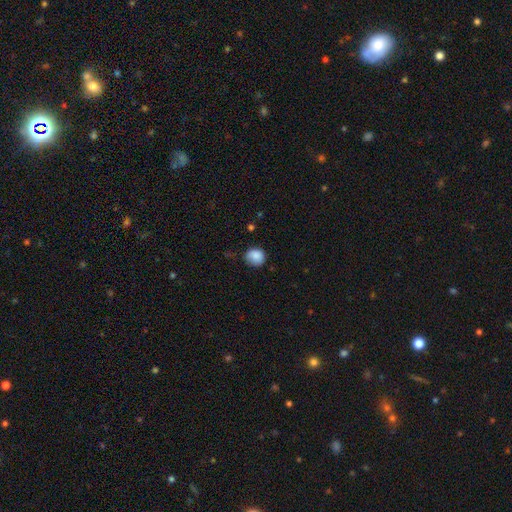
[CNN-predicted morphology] smooth 86%, star or artifact 8%, featured or disk 5%. Down the decision tree: how rounded — round (77%); merging — none (68%).